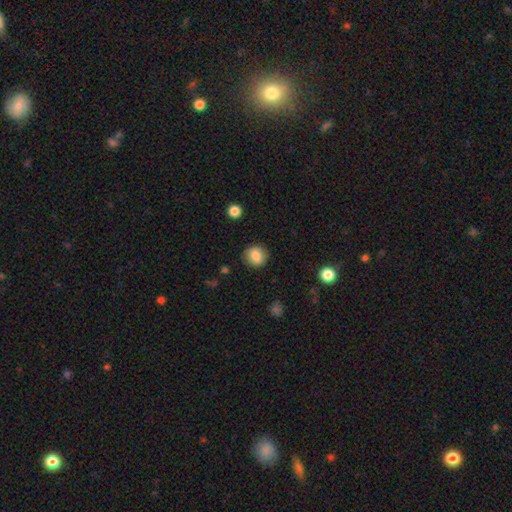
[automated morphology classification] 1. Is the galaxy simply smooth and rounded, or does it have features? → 84% smooth, 9% star or artifact, 7% featured or disk.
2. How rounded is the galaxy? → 86% round, 13% in between, 1% cigar-shaped.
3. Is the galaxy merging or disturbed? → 88% none, 8% minor disturbance, 3% major disturbance, 1% merger.